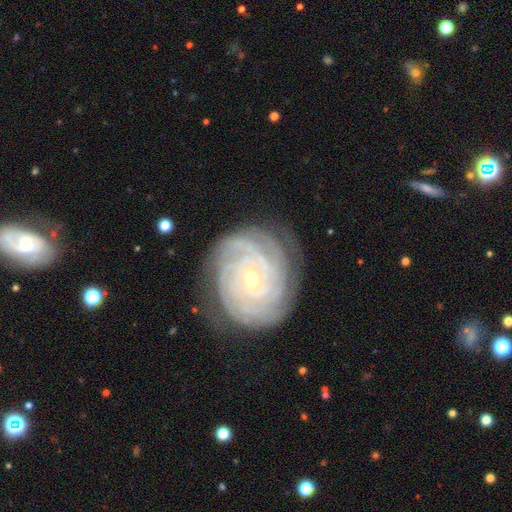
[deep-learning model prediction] Smooth or featured: featured or disk — 90% (star or artifact — 5%)
Edge-on disk: no — 97% (yes — 3%)
Bar: no — 53% (weak — 32%)
Spiral arms: yes — 98% (no — 2%)
Spiral winding: tight — 88% (medium — 11%)
Spiral arm count: 4 — 27% (can't tell — 20%)
Bulge size: small — 70% (moderate — 27%)
Merging: none — 81% (minor disturbance — 14%)